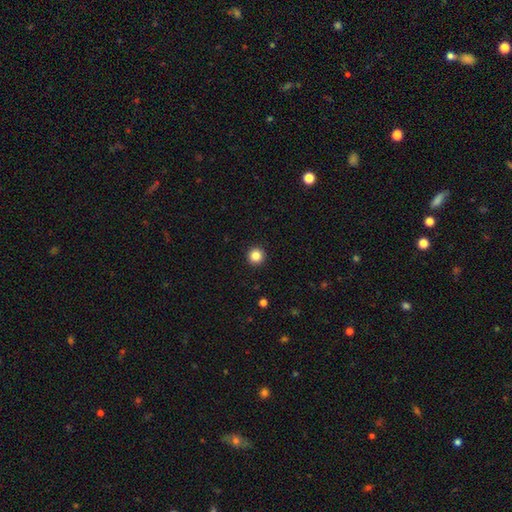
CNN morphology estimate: Smooth or featured? Predicted: smooth (p=0.85). How rounded? Predicted: round (p=0.96). Merging? Predicted: none (p=0.94).